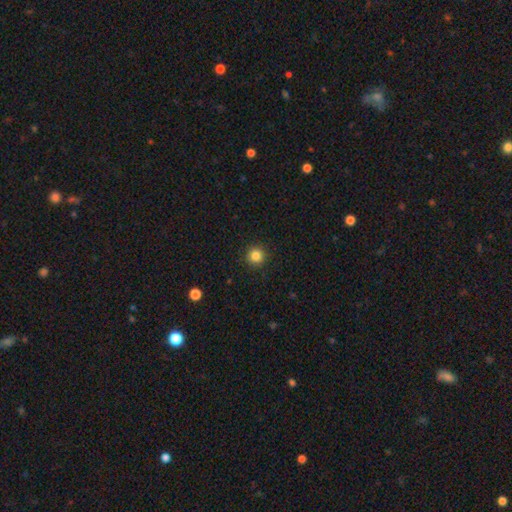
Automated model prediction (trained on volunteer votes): A smooth galaxy with no disk features (84%) that is round (95%).

Vote fractions:
- Smooth or featured? smooth: 84% / star or artifact: 12% / featured or disk: 4%
- How rounded? round: 95% / in between: 4% / cigar-shaped: 1%
- Merging? none: 92% / minor disturbance: 5% / major disturbance: 2% / merger: 1%